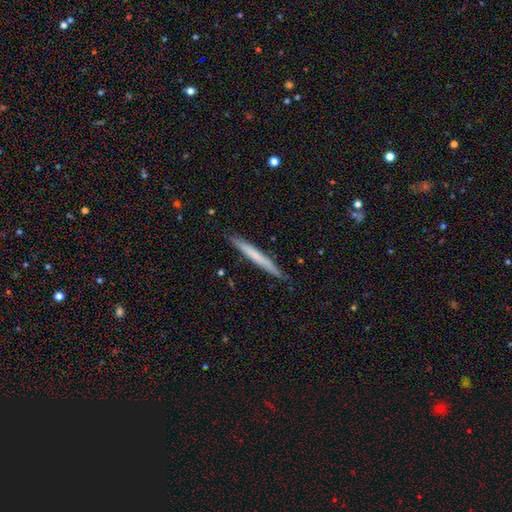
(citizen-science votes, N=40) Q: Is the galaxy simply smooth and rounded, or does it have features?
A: smooth — 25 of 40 (62%).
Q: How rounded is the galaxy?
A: cigar-shaped — 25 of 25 (100%).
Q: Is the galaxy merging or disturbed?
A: none — 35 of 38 (92%).